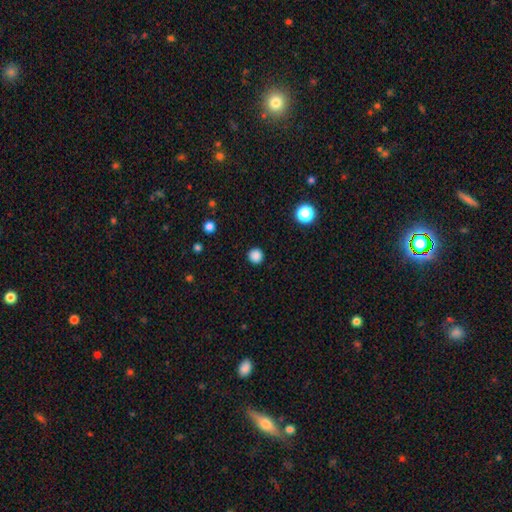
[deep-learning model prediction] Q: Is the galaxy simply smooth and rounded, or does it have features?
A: smooth — 86%.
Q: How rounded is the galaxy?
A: round — 93%.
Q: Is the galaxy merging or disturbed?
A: none — 92%.